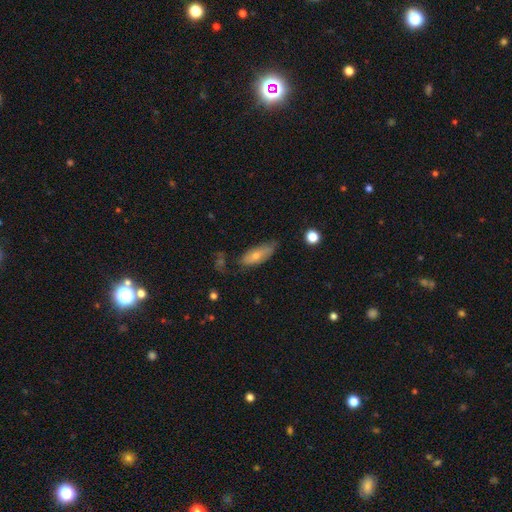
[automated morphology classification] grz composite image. It shows a smooth galaxy with no disk features (57%) that is in between round and cigar-shaped (60%). Merging: none (61%).